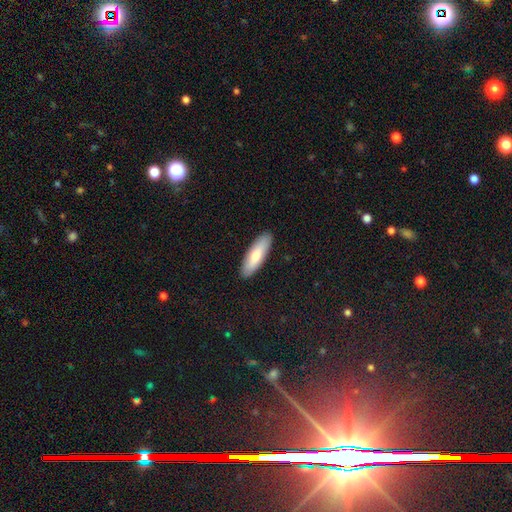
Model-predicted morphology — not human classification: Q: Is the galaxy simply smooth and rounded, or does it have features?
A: smooth — 71%.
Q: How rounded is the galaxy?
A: in between — 50%.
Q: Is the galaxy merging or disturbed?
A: none — 90%.